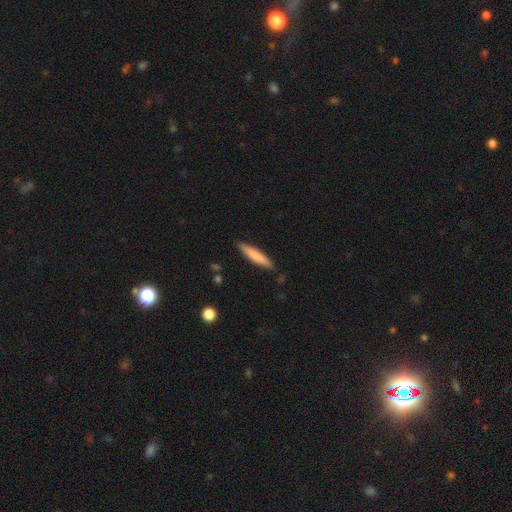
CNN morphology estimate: The model was most divided on "smooth or featured": smooth: 77%, featured or disk: 18%, star or artifact: 5%. More confident: how rounded — cigar-shaped (89%); merging — none (86%).